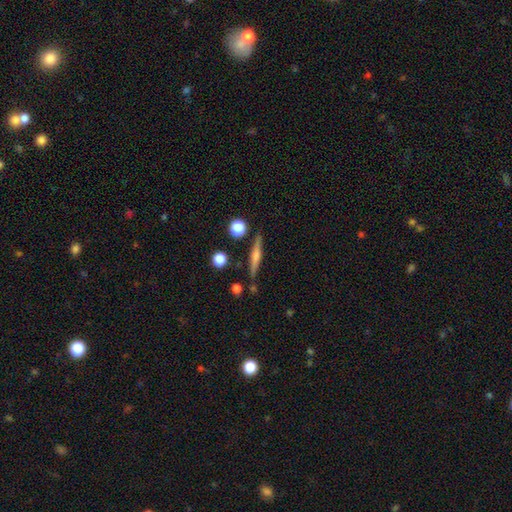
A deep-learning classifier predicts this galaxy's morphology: Smooth or featured? Predicted: featured or disk (p=0.64). Edge-on disk? Predicted: yes (p=0.97). Edge-on bulge? Predicted: rounded (p=0.76). Merging? Predicted: none (p=0.86).